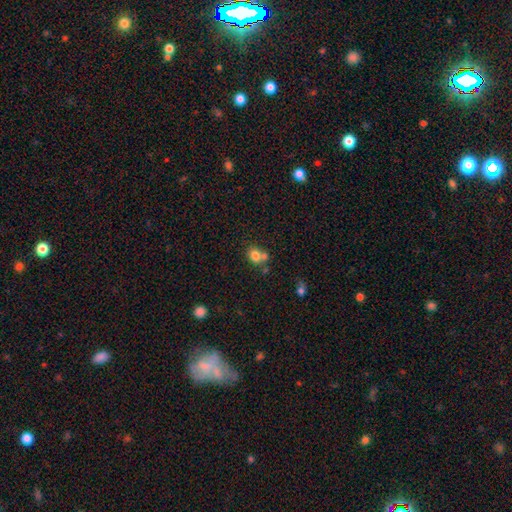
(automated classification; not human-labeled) Overall: smooth (78%). How rounded: round (62%; in between 37%). Merging: none (45%; merger 39%).